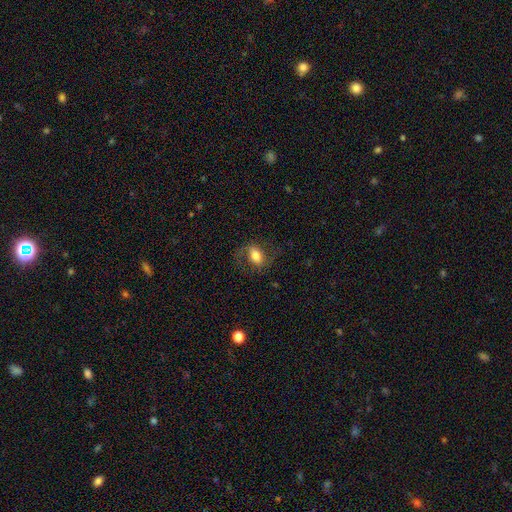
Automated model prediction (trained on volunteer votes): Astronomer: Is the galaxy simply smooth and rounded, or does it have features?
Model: smooth — 51% (runner-up: featured or disk, 41%).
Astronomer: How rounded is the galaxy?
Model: in between — 83%.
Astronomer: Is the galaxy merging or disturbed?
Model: none — 67%.